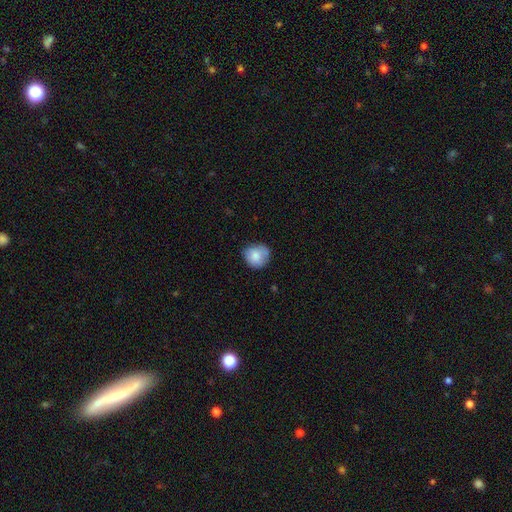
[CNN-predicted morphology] smooth 80%, featured or disk 12%, star or artifact 8%. Down the decision tree: how rounded — round (82%); merging — none (65%).